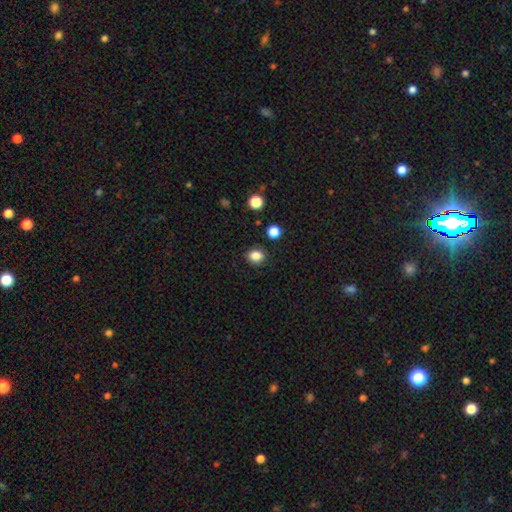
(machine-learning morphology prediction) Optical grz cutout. It shows a smooth galaxy with no disk features (85%) that is round (58%). Merging: none (87%).